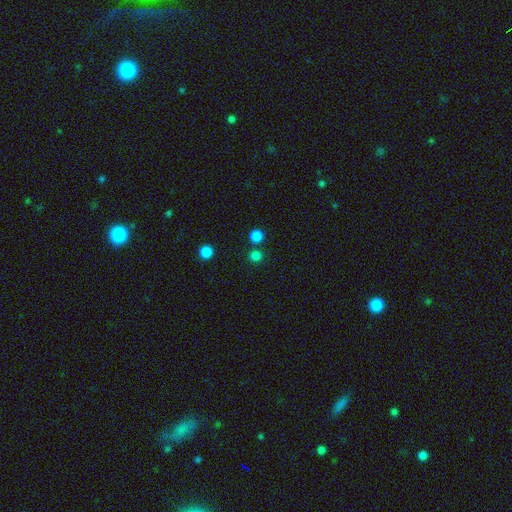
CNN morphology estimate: This is clearly a smooth galaxy (80%). How rounded: clearly round (93%). Merging: likely none (78%).